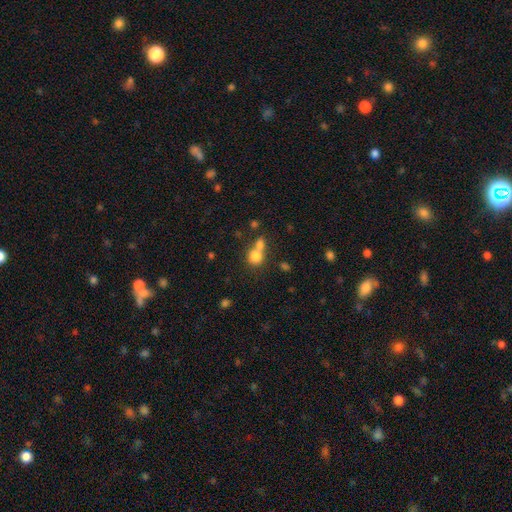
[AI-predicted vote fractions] Morphology: type=smooth (78%); roundness=round (79%); merging=merger (51%).